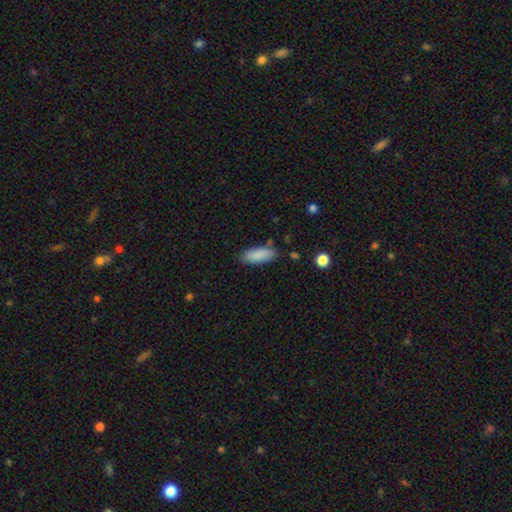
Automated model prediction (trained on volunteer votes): Smooth or featured: smooth — 88% (star or artifact — 7%)
How rounded: in between — 69% (cigar-shaped — 29%)
Merging: none — 82% (minor disturbance — 13%)